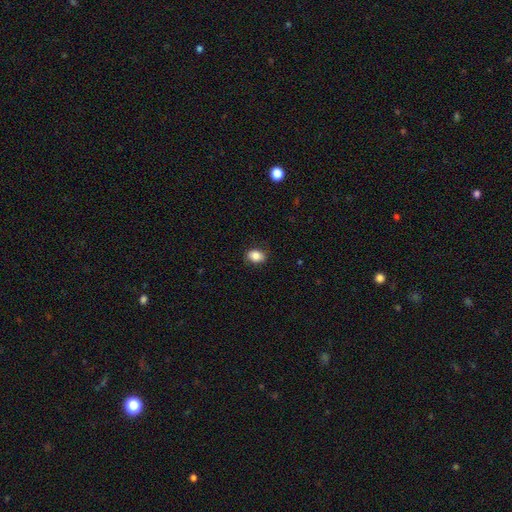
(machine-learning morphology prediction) smooth_or_featured: smooth (p=0.85) [alt: star or artifact p=0.08]
how_rounded: in between (p=0.70) [alt: round p=0.29]
merging: none (p=0.85) [alt: minor disturbance p=0.11]